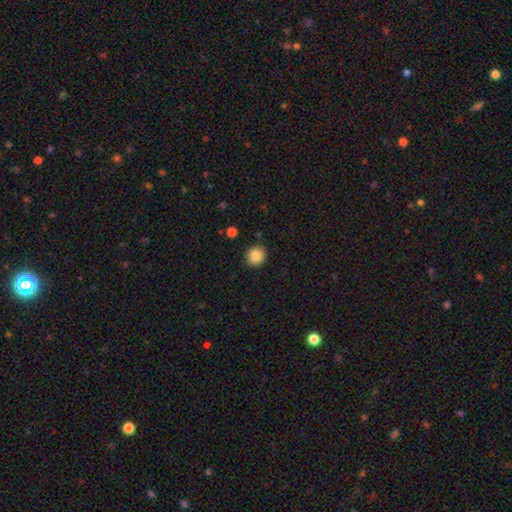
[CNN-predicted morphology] smooth_or_featured: smooth (p=0.85) [alt: star or artifact p=0.09]
how_rounded: round (p=0.86) [alt: in between p=0.13]
merging: none (p=0.90) [alt: minor disturbance p=0.06]